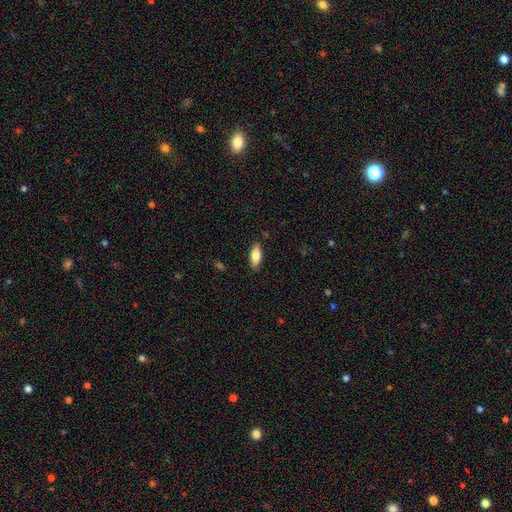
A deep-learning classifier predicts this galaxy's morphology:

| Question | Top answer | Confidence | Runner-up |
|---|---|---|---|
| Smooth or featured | smooth | 76% | featured or disk (18%) |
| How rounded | in between | 77% | cigar-shaped (21%) |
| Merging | none | 87% | minor disturbance (10%) |